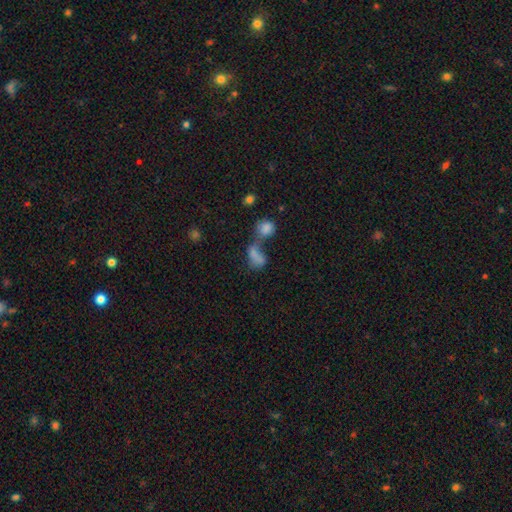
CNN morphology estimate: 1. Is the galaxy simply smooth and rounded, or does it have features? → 71% smooth, 15% featured or disk, 13% star or artifact.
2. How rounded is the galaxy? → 73% in between, 22% round, 5% cigar-shaped.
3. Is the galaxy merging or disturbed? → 65% merger, 16% none, 12% major disturbance, 7% minor disturbance.